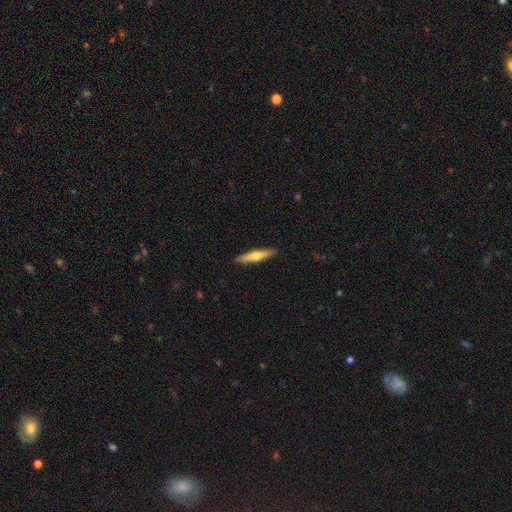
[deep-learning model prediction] Morphology: type=smooth (48%); merging=none (91%).